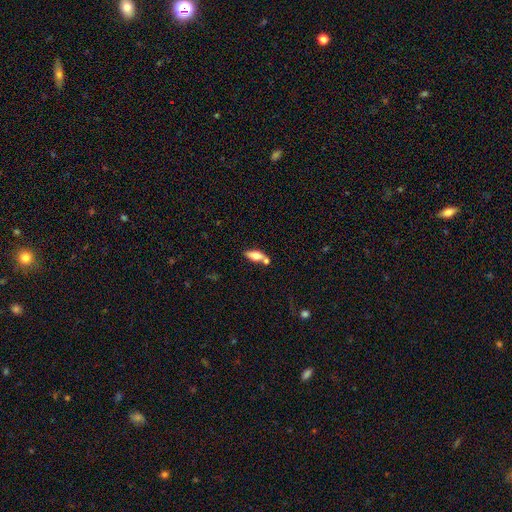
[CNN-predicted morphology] smooth_or_featured: smooth (p=0.62) [alt: featured or disk p=0.31]
how_rounded: in between (p=0.74) [alt: cigar-shaped p=0.22]
merging: none (p=0.57) [alt: merger p=0.25]